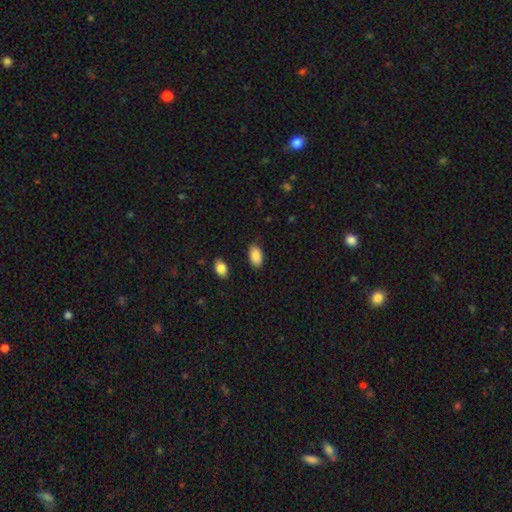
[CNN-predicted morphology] smooth_or_featured: smooth (p=0.89) [alt: star or artifact p=0.07]
how_rounded: in between (p=0.94) [alt: round p=0.05]
merging: none (p=0.84) [alt: minor disturbance p=0.11]